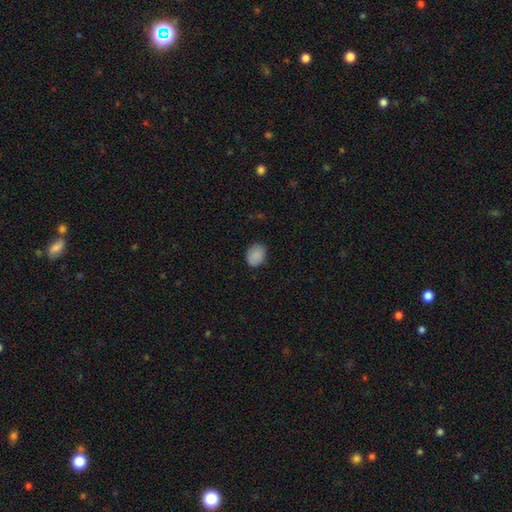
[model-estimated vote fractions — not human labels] A smooth galaxy with no disk features (88%) that is in between round and cigar-shaped (56%). Merging: none (83%).